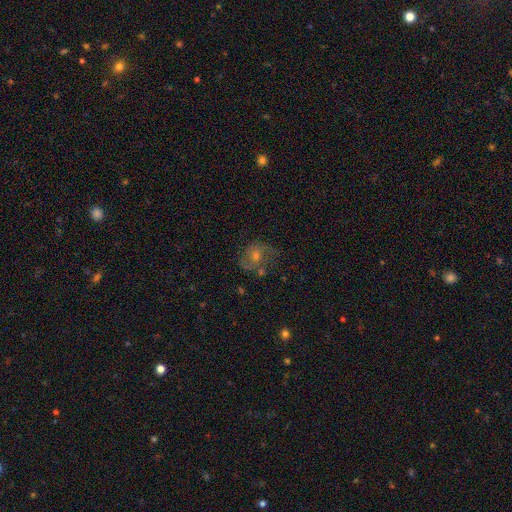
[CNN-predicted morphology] This appears to be a featured or disk galaxy (55%) with no bar (70%), spiral arms (77%) and a moderate central bulge (54%). Merging: none (61%).